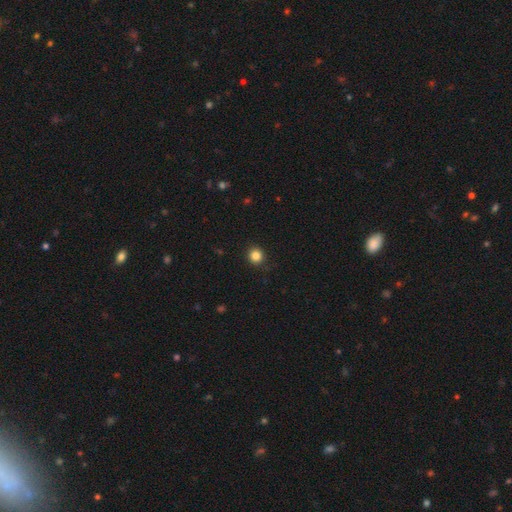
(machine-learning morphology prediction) Q: Smooth or featured?
A: smooth (84%); runner-up: star or artifact (12%)
Q: How rounded?
A: round (92%); runner-up: in between (7%)
Q: Merging?
A: none (92%); runner-up: minor disturbance (6%)